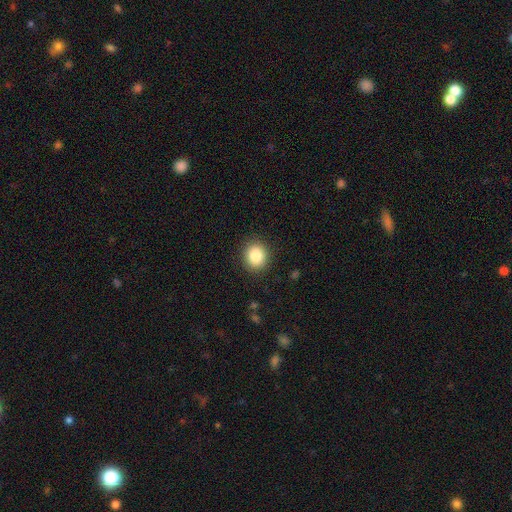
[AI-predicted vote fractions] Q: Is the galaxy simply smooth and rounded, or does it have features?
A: smooth — 87%.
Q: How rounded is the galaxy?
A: round — 73%.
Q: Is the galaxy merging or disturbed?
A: none — 89%.